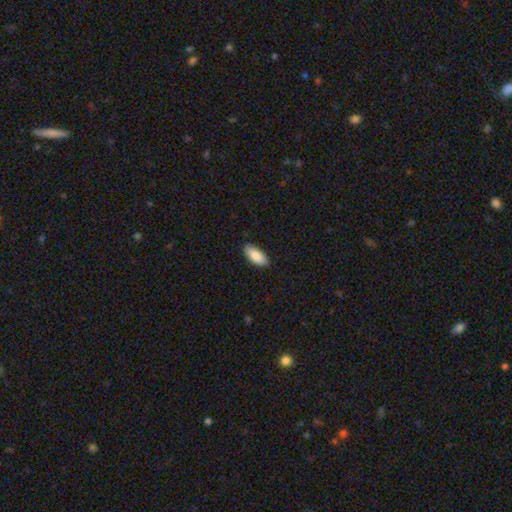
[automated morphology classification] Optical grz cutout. It shows a smooth galaxy with no disk features (87%) that is in between round and cigar-shaped (89%). Merging: none (88%).